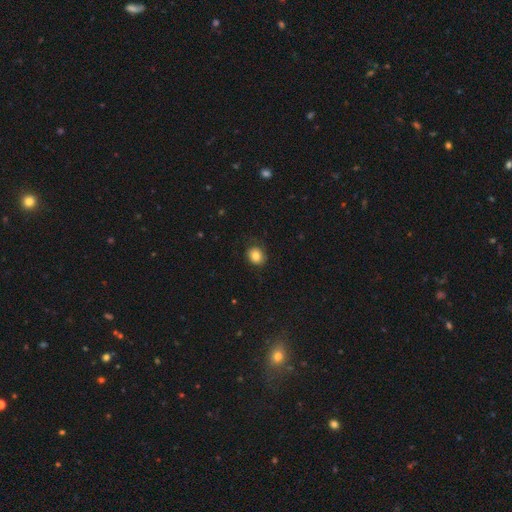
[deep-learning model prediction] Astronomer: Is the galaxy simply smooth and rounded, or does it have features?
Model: smooth — 81%.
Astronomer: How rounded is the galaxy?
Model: round — 69%.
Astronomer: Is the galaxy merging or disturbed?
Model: none — 80%.